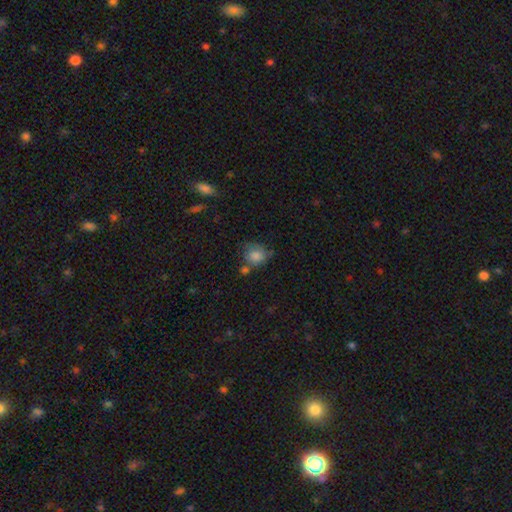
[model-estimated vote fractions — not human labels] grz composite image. It shows a smooth galaxy with no disk features (79%) that is round (75%). Merging: none (49%).